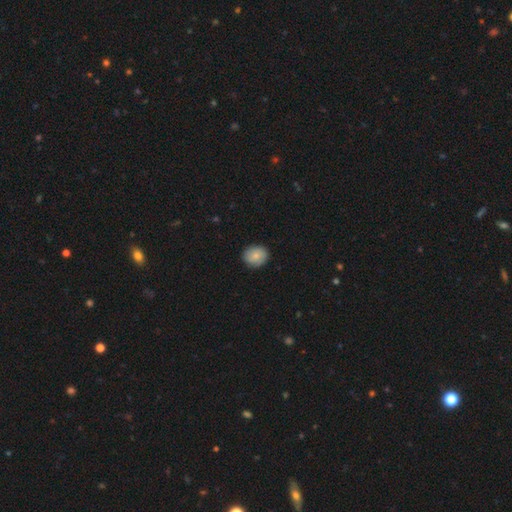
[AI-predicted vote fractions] smooth-or-featured: smooth: 83% | featured or disk: 10% | star or artifact: 7%
  how-rounded: round: 66% | in between: 33% | cigar-shaped: 1%
  merging: none: 88% | minor disturbance: 9% | major disturbance: 2% | merger: 1%